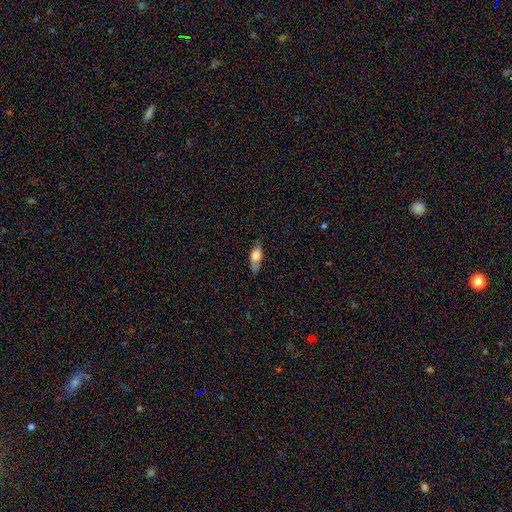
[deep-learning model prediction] The model was most divided on "merging": none: 66%, minor disturbance: 26%, major disturbance: 6%, merger: 2%. More confident: how rounded — in between (78%); smooth or featured — smooth (74%).